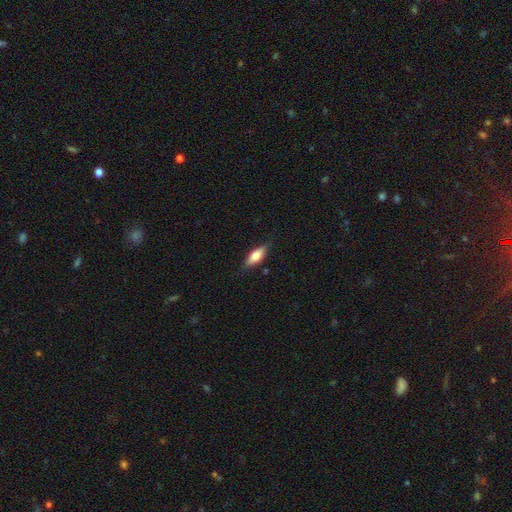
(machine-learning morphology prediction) Smooth or featured: smooth — 68% (featured or disk — 26%)
How rounded: in between — 67% (cigar-shaped — 30%)
Merging: none — 80% (minor disturbance — 16%)